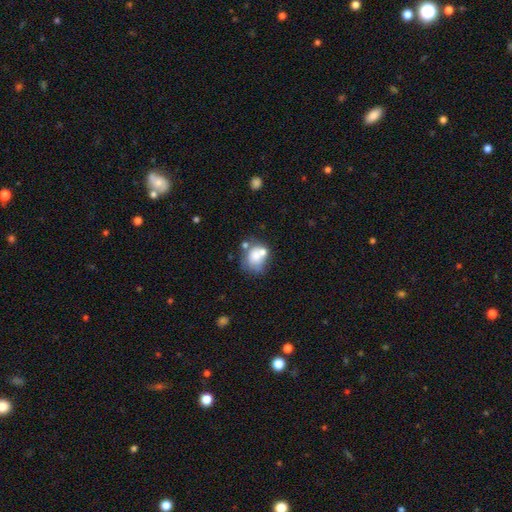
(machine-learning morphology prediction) Q: Smooth or featured?
A: smooth (66%); runner-up: featured or disk (23%)
Q: How rounded?
A: in between (50%); runner-up: round (49%)
Q: Merging?
A: merger (34%); tied with: none (34%)